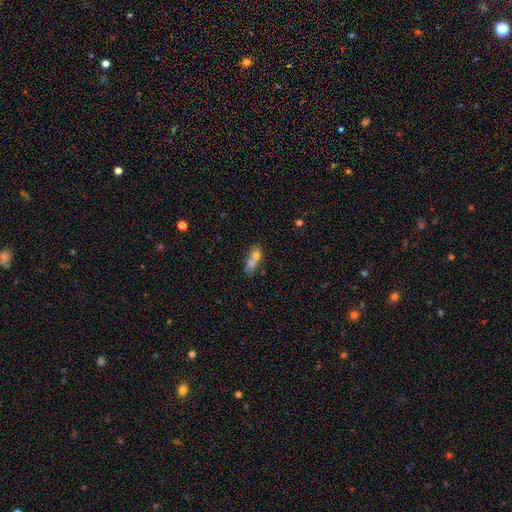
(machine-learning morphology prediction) Q: Smooth or featured?
A: smooth (64%); runner-up: featured or disk (26%)
Q: How rounded?
A: in between (64%); runner-up: round (25%)
Q: Merging?
A: merger (62%); runner-up: none (24%)